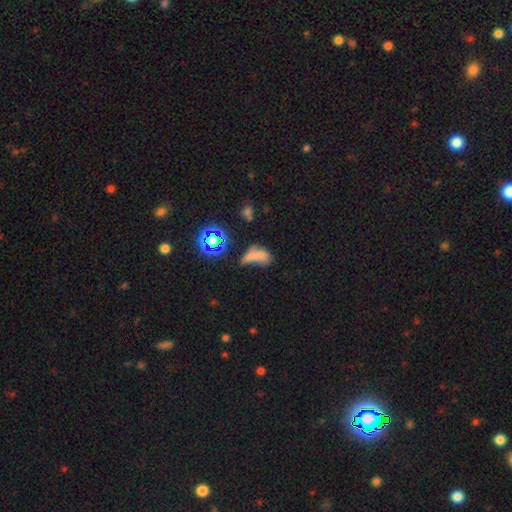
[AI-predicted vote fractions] This is possibly a smooth galaxy (58%). How rounded: likely in between (78%). Merging: possibly merger (49%).